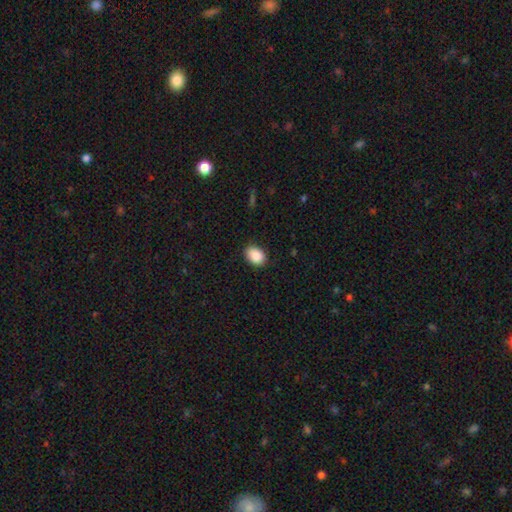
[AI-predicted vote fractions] smooth 89%, star or artifact 8%, featured or disk 4%. Down the decision tree: how rounded — in between (74%); merging — none (86%).